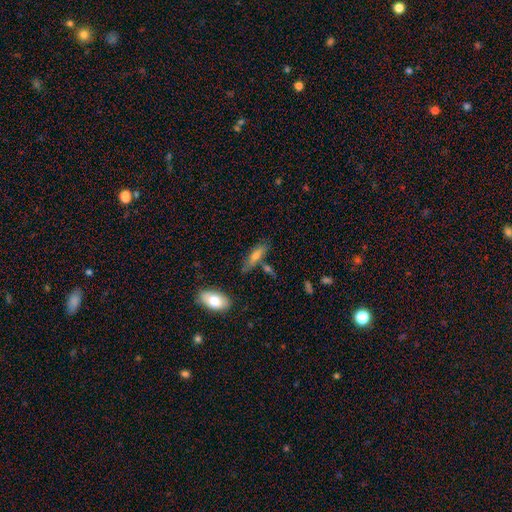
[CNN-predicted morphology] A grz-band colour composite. It shows a smooth galaxy with no disk features (64%) that is cigar-shaped (54%). Merging: none (70%).